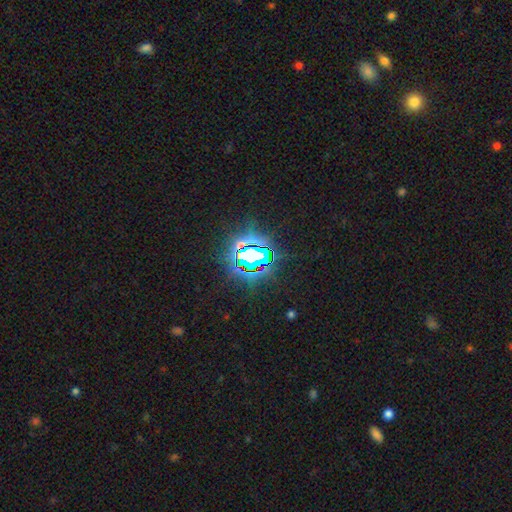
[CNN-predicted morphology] smooth-or-featured: star or artifact: 82% | smooth: 11% | featured or disk: 7%